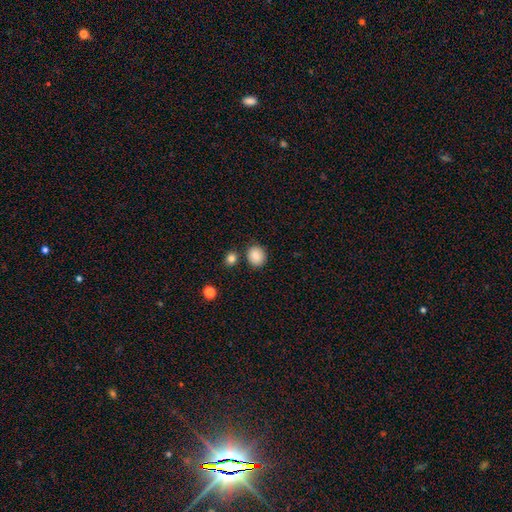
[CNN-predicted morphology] Overall: smooth (87%). How rounded: round (76%). Merging: none (82%).